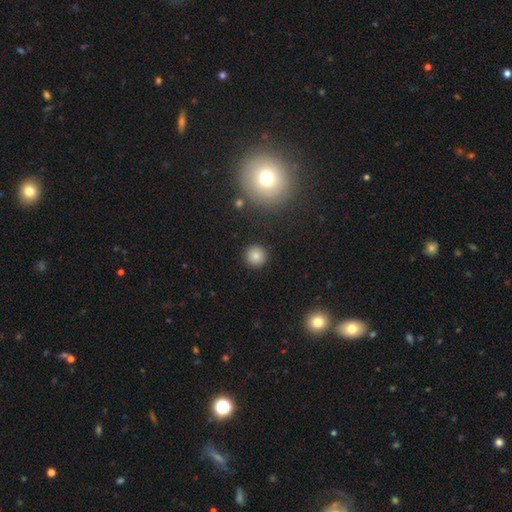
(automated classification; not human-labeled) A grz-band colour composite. It shows a smooth galaxy with no disk features (83%) that is round (95%). Merging: none (91%).